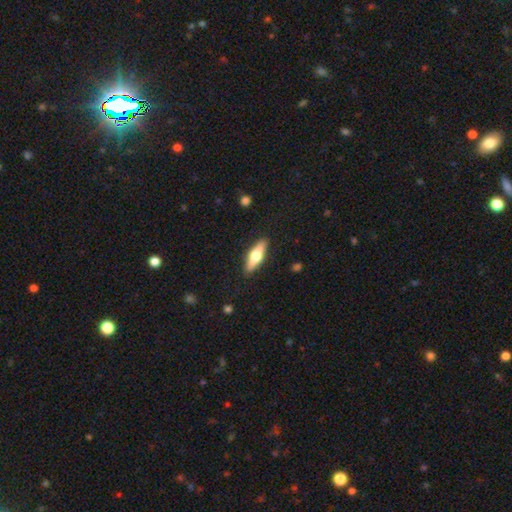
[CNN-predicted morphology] A smooth galaxy with no disk features (52%) that is cigar-shaped (54%). Merging: none (89%).